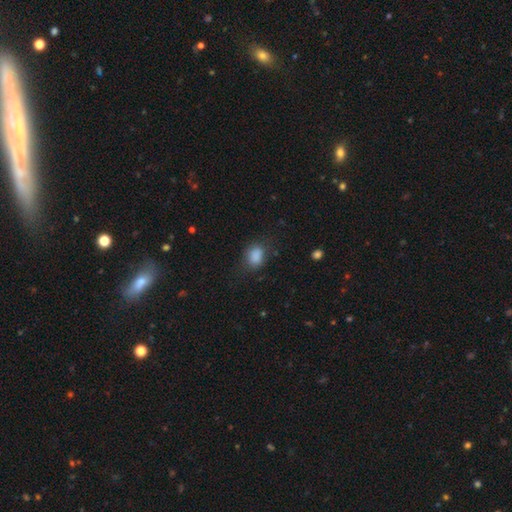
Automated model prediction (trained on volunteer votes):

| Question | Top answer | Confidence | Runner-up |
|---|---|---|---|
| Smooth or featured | smooth | 85% | star or artifact (10%) |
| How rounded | in between | 66% | round (33%) |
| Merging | none | 66% | minor disturbance (22%) |